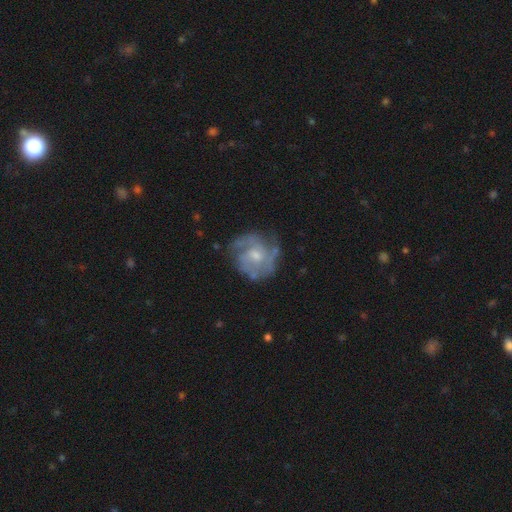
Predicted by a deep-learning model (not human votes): smooth-or-featured: featured or disk: 76% | smooth: 18% | star or artifact: 6%
  disk-edge-on: no: 98% | yes: 2%
    bar: no: 65% | weak: 31% | strong: 4%
    has-spiral-arms: yes: 83% | no: 17%
      spiral-winding: tight: 43% | medium: 41% | loose: 16%
      spiral-arm-count: can't tell: 32% | 2: 26% | 3: 25% | 4: 7% | 1: 6% | more than 4: 4%
    bulge-size: small: 48% | moderate: 45% | none: 4% | large: 2% | dominant: 1%
  merging: none: 64% | minor disturbance: 21% | major disturbance: 13% | merger: 2%